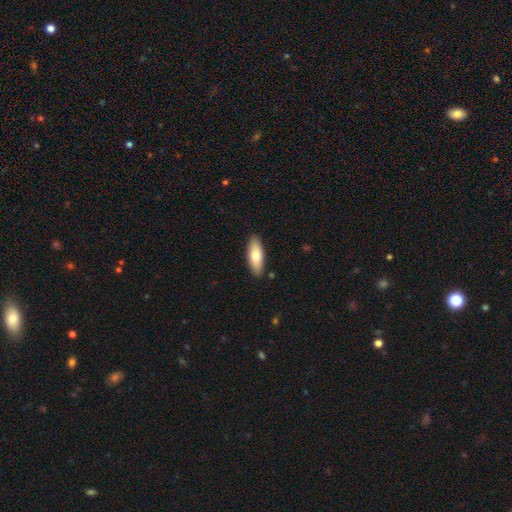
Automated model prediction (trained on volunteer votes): Smooth or featured? Predicted: smooth (p=0.72). How rounded? Predicted: in between (p=0.69). Merging? Predicted: none (p=0.88).